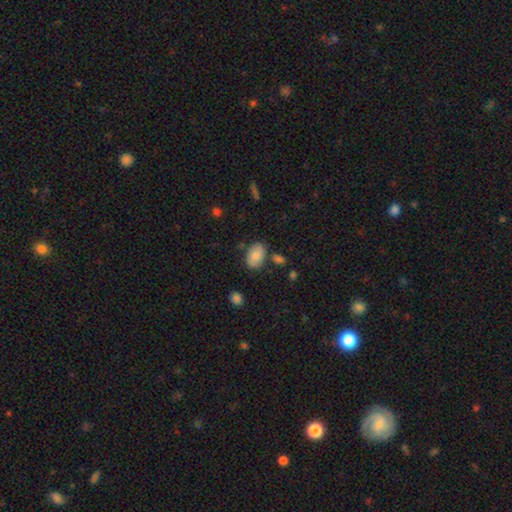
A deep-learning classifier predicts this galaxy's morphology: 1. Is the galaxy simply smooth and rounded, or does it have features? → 74% smooth, 18% featured or disk, 8% star or artifact.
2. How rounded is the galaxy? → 87% in between, 12% round, 1% cigar-shaped.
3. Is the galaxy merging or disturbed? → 76% none, 15% minor disturbance, 6% merger, 3% major disturbance.